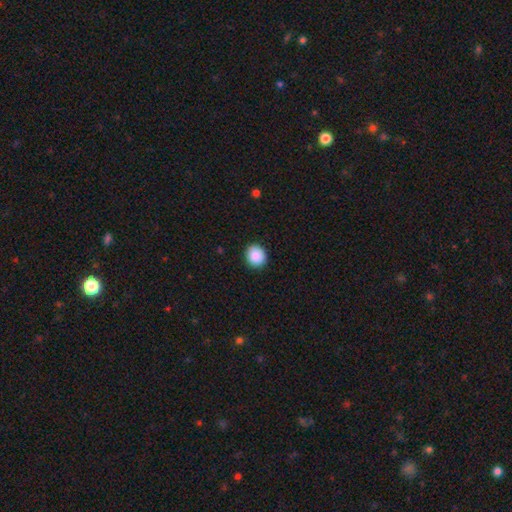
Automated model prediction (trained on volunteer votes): smooth_or_featured: smooth (p=0.88) [alt: star or artifact p=0.08]
how_rounded: round (p=0.82) [alt: in between p=0.17]
merging: none (p=0.91) [alt: minor disturbance p=0.07]